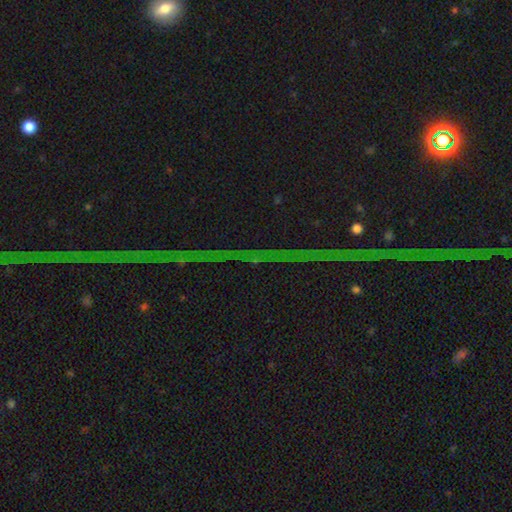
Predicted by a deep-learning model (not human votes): This is clearly a star or artifact rather than a galaxy (83%).